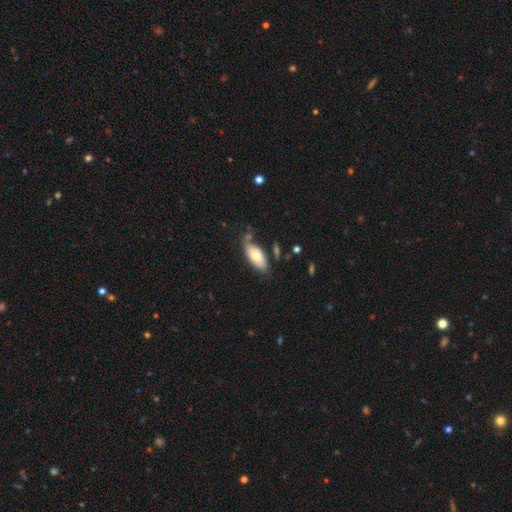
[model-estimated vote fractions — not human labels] Smooth or featured? smooth (72%)
How rounded? in between (88%)
Merging? none (65%)